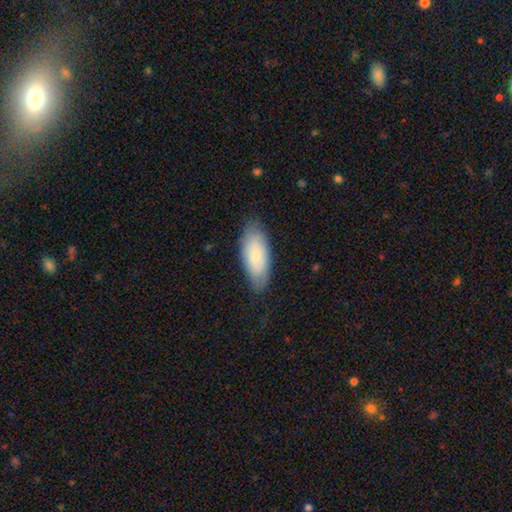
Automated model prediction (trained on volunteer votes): A smooth galaxy with no disk features (76%) that is in between round and cigar-shaped (84%).

Vote fractions:
- Smooth or featured? smooth: 76% / featured or disk: 19% / star or artifact: 6%
- How rounded? in between: 84% / cigar-shaped: 14% / round: 2%
- Merging? none: 78% / minor disturbance: 18% / major disturbance: 4% / merger: 1%